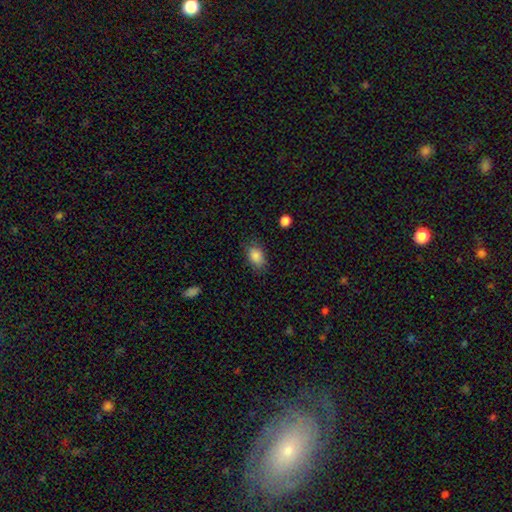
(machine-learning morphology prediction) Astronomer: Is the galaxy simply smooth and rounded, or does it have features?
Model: smooth — 86%.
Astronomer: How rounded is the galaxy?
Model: in between — 83%.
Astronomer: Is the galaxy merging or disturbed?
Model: none — 78%.